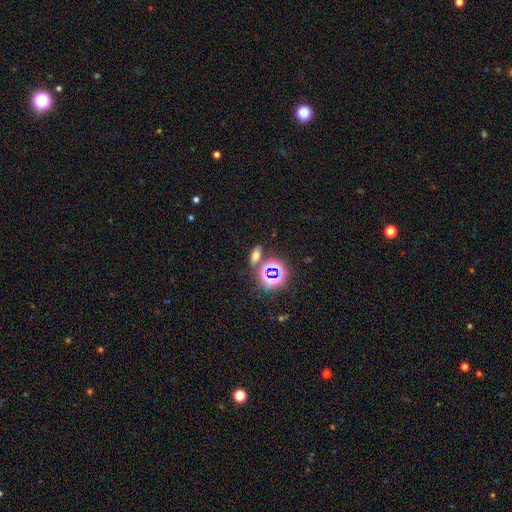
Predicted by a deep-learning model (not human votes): Smooth or featured? Predicted: smooth (p=0.52). How rounded? Predicted: in between (p=0.68). Merging? Predicted: none (p=0.78).